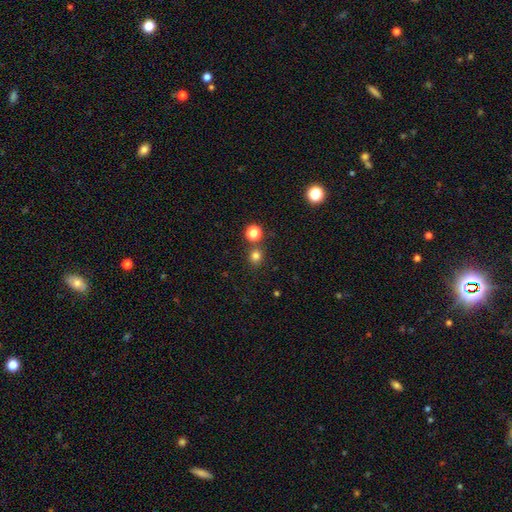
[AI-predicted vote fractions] Smooth or featured?
  - smooth: 78% *
  - star or artifact: 17%
  - featured or disk: 5%
How rounded?
  - round: 87% *
  - in between: 12%
  - cigar-shaped: 1%
Merging?
  - none: 77% *
  - merger: 13%
  - minor disturbance: 7%
  - major disturbance: 3%